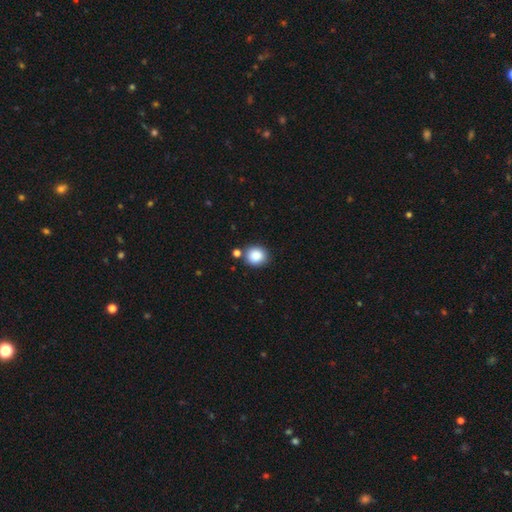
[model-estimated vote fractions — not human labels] Smooth or featured? smooth (87%)
How rounded? round (83%)
Merging? none (78%)